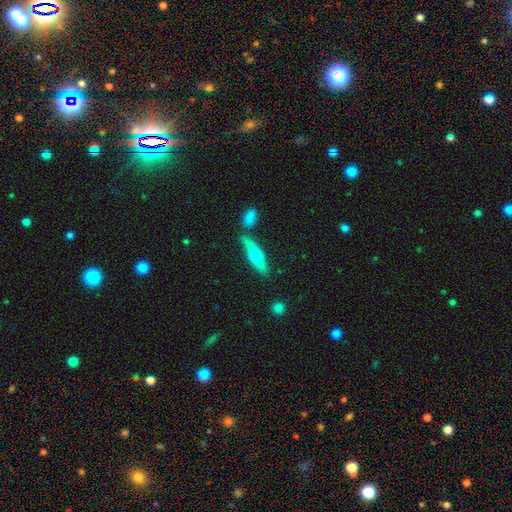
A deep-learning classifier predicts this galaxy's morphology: featured or disk 48%, smooth 46%, star or artifact 6%. Down the decision tree: merging — none (73%).